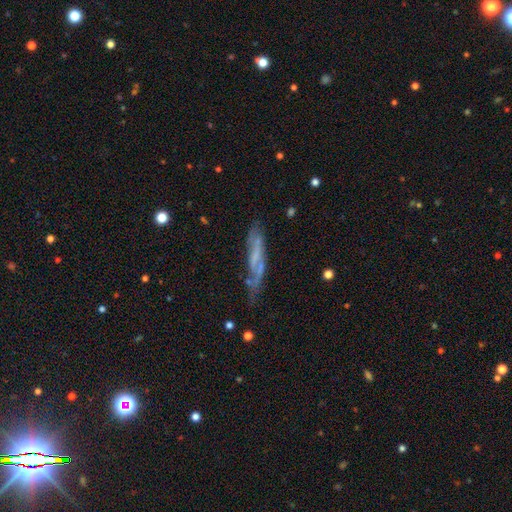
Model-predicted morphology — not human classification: This appears to be a featured or disk galaxy (62%) viewed edge-on (51%). Merging: none (58%).